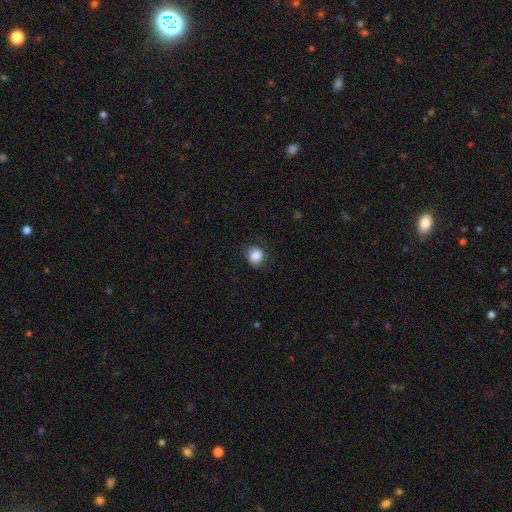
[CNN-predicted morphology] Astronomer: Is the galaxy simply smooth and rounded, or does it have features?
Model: smooth — 85%.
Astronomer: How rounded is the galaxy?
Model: round — 79%.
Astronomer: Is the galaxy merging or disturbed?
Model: none — 74%.